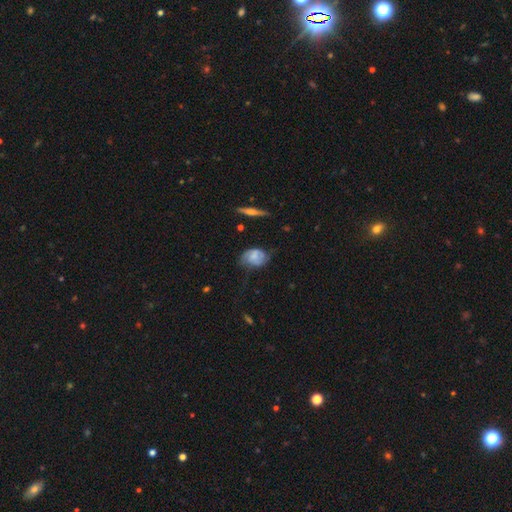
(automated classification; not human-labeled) This appears to be a smooth galaxy with no disk features (51%) that is in between round and cigar-shaped (71%). Merging: none (48%).